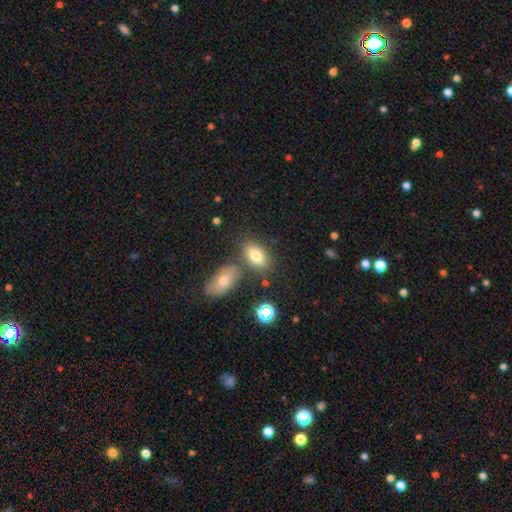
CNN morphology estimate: The model was most divided on "merging": none: 64%, merger: 18%, minor disturbance: 13%, major disturbance: 5%. More confident: how rounded — in between (87%); smooth or featured — smooth (75%).